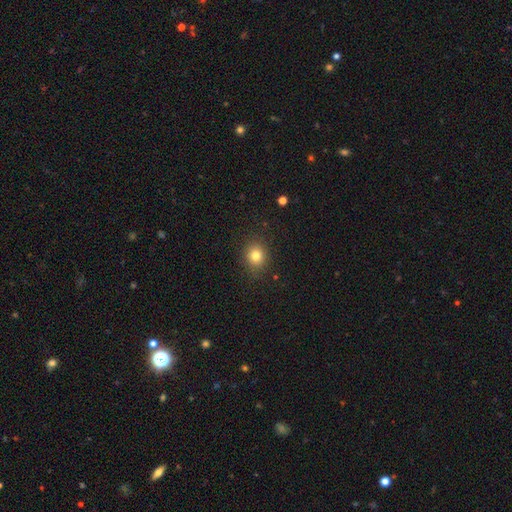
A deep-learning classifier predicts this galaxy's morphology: Overall: smooth (80%). How rounded: round (76%). Merging: none (87%).